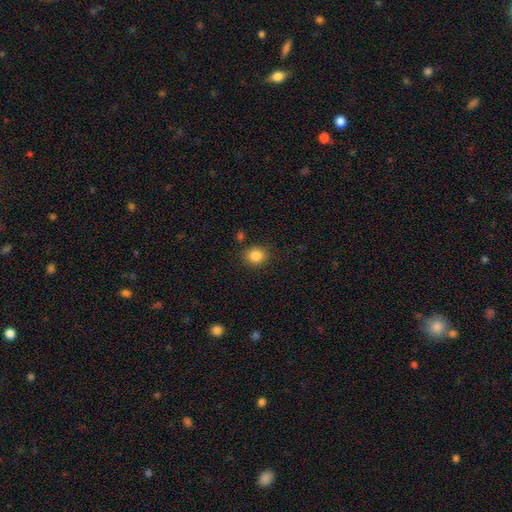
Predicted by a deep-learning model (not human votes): This is clearly a smooth galaxy (85%). How rounded: likely round (66%). Merging: clearly none (83%).